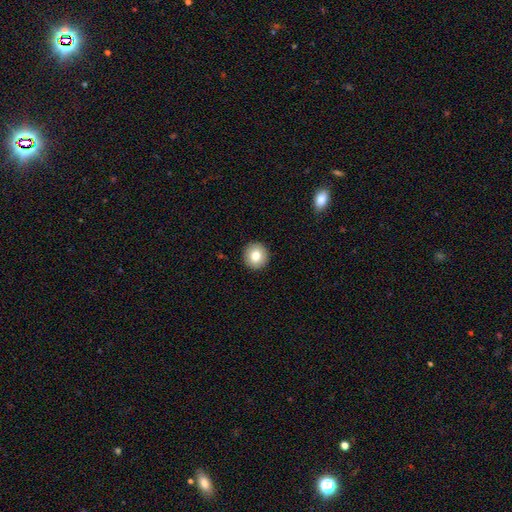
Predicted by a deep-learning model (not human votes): This is clearly a smooth galaxy (80%). How rounded: clearly round (92%). Merging: clearly none (93%).